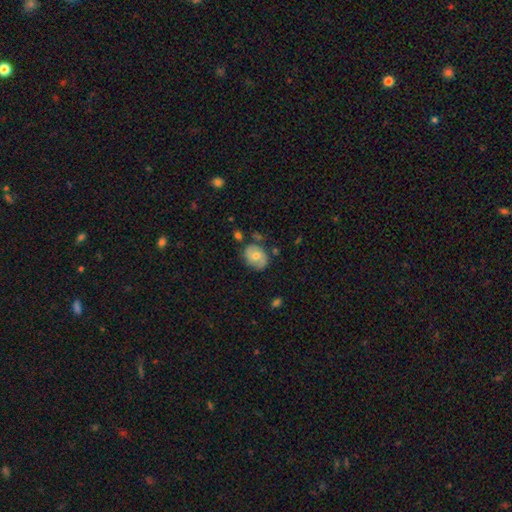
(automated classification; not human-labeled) A smooth galaxy with no disk features (47%). Merging: none (67%).